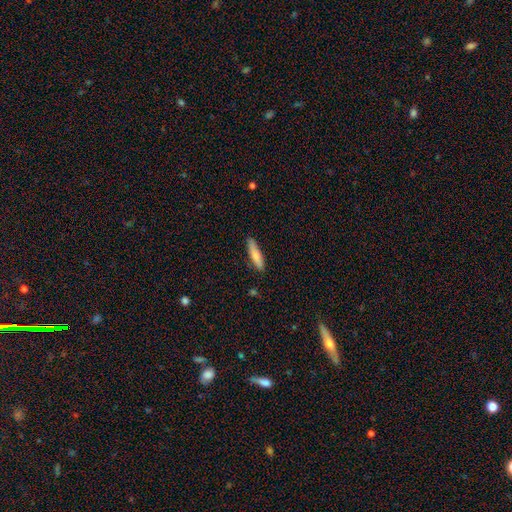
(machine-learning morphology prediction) Smooth or featured? Predicted: smooth (p=0.78). How rounded? Predicted: cigar-shaped (p=0.78). Merging? Predicted: none (p=0.84).